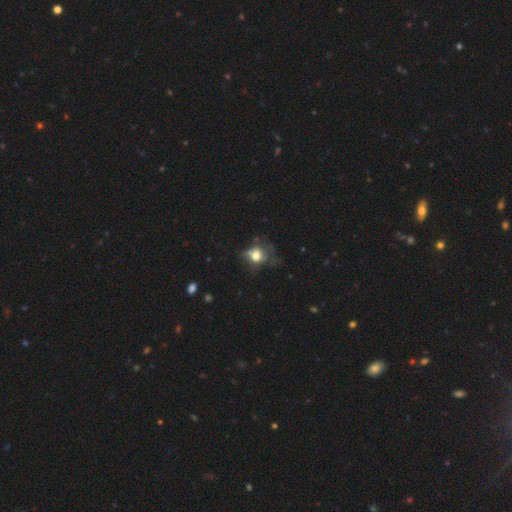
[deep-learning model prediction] Q: Smooth or featured?
A: smooth (61%); runner-up: featured or disk (25%)
Q: How rounded?
A: round (59%); runner-up: in between (39%)
Q: Merging?
A: none (35%); runner-up: major disturbance (33%)